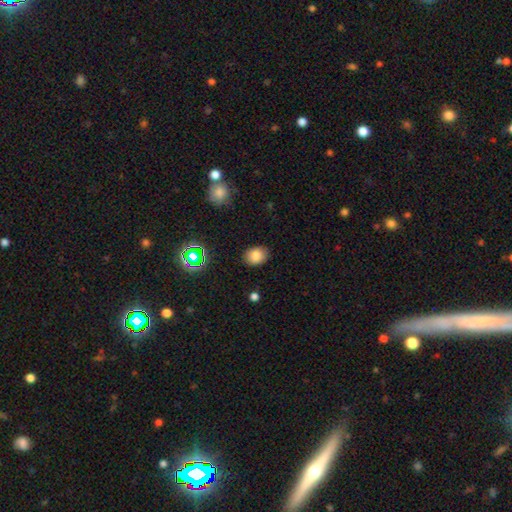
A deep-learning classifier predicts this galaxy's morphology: Smooth or featured?
  - smooth: 80% *
  - star or artifact: 13%
  - featured or disk: 7%
How rounded?
  - in between: 55% *
  - round: 44%
  - cigar-shaped: 1%
Merging?
  - none: 86% *
  - minor disturbance: 10%
  - major disturbance: 3%
  - merger: 1%